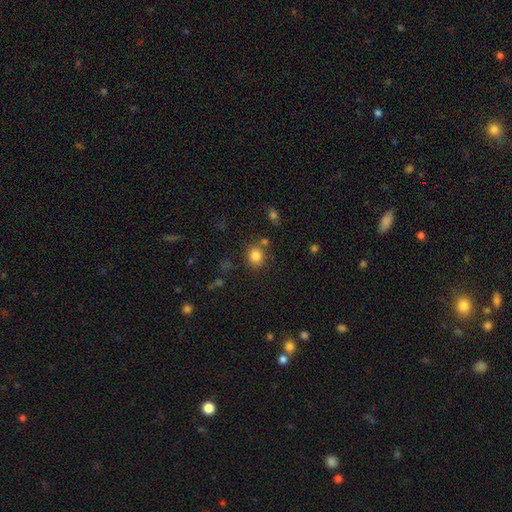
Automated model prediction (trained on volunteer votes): Smooth or featured?
  - smooth: 83% *
  - star or artifact: 11%
  - featured or disk: 6%
How rounded?
  - round: 70% *
  - in between: 29%
  - cigar-shaped: 1%
Merging?
  - none: 75% *
  - minor disturbance: 12%
  - merger: 9%
  - major disturbance: 4%